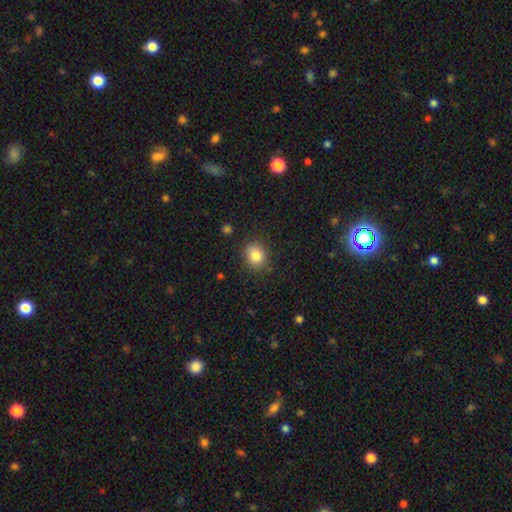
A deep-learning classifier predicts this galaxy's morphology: Smooth or featured? smooth (83%)
How rounded? round (71%)
Merging? none (84%)